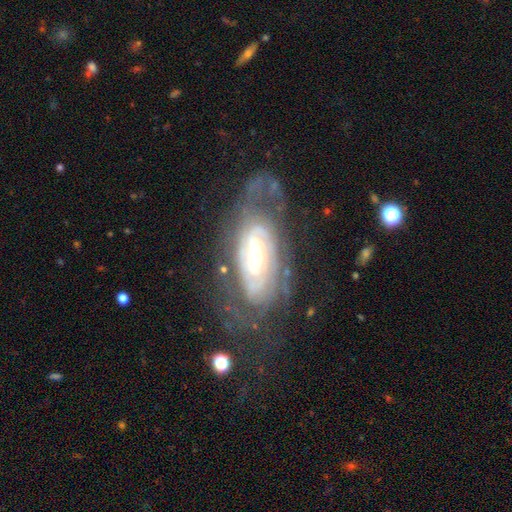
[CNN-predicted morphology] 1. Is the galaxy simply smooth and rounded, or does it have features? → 85% featured or disk, 9% smooth, 6% star or artifact.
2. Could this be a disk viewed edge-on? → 93% no, 7% yes.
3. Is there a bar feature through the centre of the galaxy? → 40% weak, 38% no, 22% strong.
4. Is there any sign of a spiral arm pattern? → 91% yes, 9% no.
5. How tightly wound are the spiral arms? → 66% tight, 26% medium, 8% loose.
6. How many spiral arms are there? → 44% can't tell, 30% 2, 10% 3, 6% 4, 5% more than 4, 5% 1.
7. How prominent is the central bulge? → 56% moderate, 34% small, 7% large, 1% none, 1% dominant.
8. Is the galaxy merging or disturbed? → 60% none, 20% minor disturbance, 18% major disturbance, 2% merger.